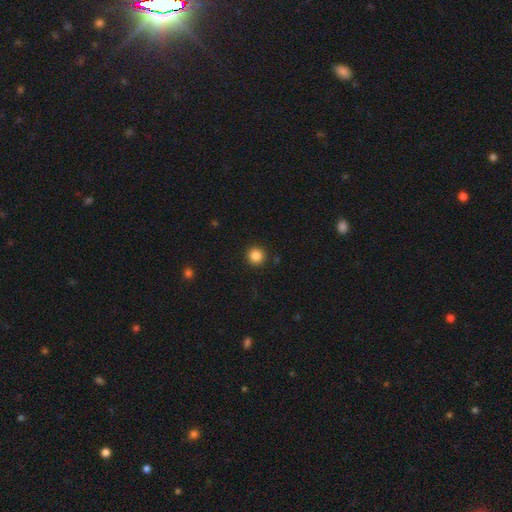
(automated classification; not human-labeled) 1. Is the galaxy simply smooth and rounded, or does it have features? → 86% smooth, 11% star or artifact, 3% featured or disk.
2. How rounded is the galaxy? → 95% round, 4% in between, 1% cigar-shaped.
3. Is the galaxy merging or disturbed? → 92% none, 5% minor disturbance, 2% major disturbance, 1% merger.